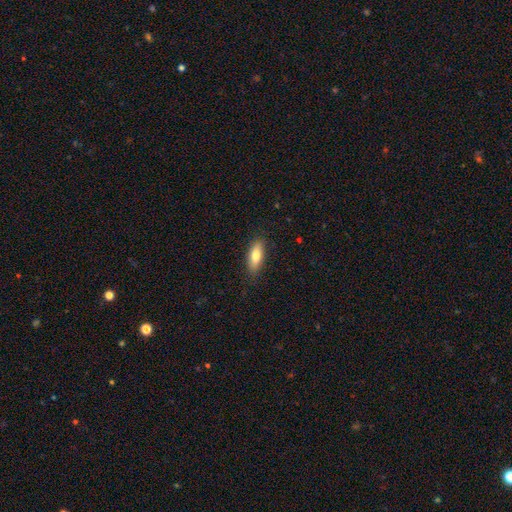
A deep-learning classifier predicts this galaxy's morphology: This is likely a smooth galaxy (77%). How rounded: likely in between (66%). Merging: clearly none (85%).